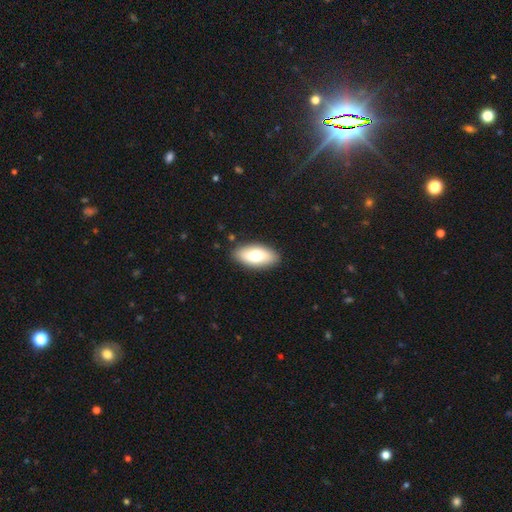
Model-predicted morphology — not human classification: type=smooth (72%); roundness=in between (90%); merging=none (88%).